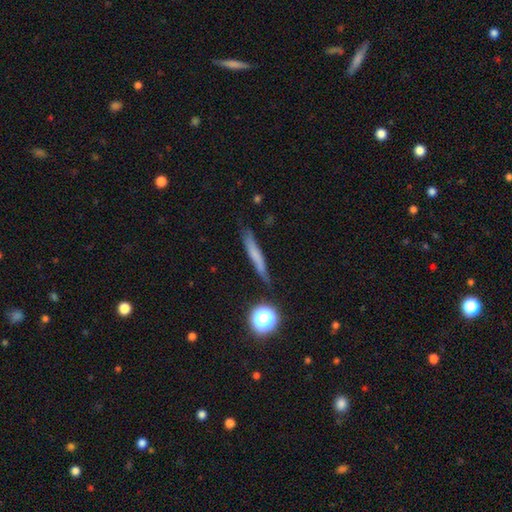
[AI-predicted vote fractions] Smooth or featured: smooth — 59% (featured or disk — 29%)
How rounded: cigar-shaped — 88% (round — 6%)
Merging: none — 81% (minor disturbance — 14%)